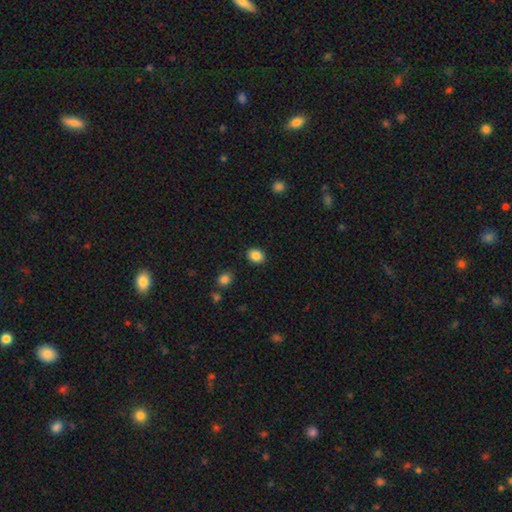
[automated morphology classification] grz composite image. It shows a smooth galaxy with no disk features (86%) that is in between round and cigar-shaped (58%). Merging: none (87%).